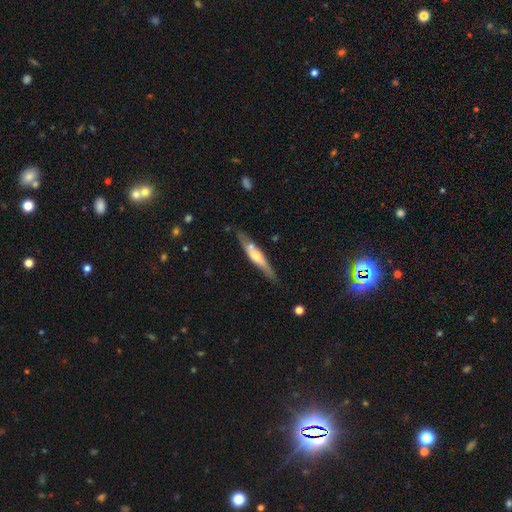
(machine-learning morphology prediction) Smooth or featured?
  - featured or disk: 56% *
  - smooth: 39%
  - star or artifact: 5%
Edge-on disk?
  - yes: 88% *
  - no: 12%
Merging?
  - none: 76% *
  - minor disturbance: 15%
  - merger: 6%
  - major disturbance: 3%